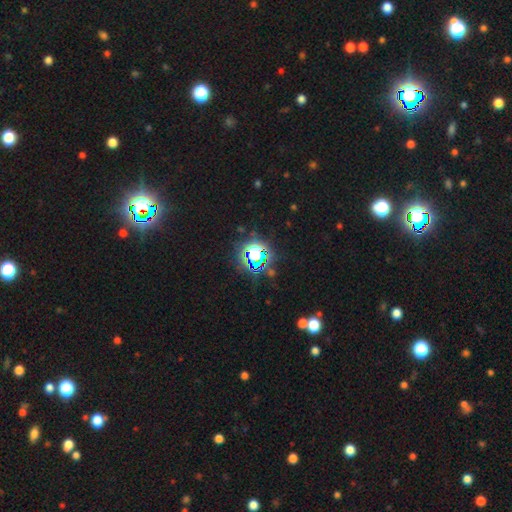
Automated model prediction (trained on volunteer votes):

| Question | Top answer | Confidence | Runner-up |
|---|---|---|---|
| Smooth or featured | star or artifact | 75% | smooth (15%) |